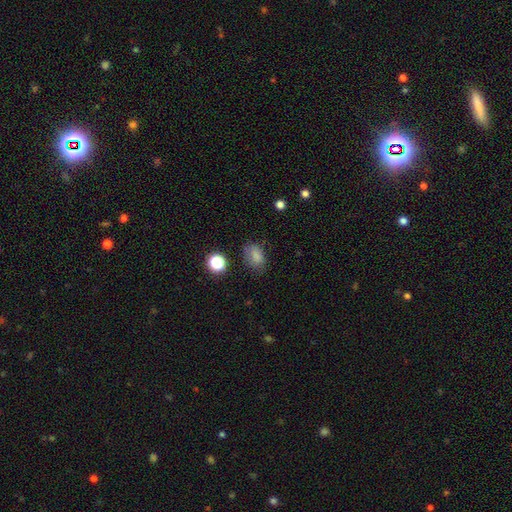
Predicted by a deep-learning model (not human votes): A smooth galaxy with no disk features (80%) that is in between round and cigar-shaped (78%). Merging: none (69%).